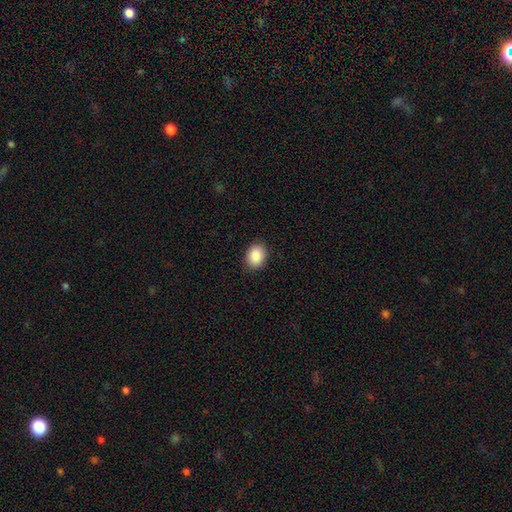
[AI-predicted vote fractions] This appears to be a smooth galaxy with no disk features (89%) that is in between round and cigar-shaped (66%). Merging: none (89%).